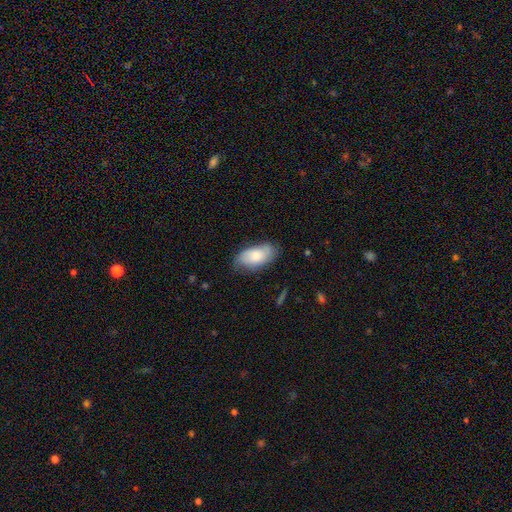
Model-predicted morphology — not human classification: smooth 71%, featured or disk 23%, star or artifact 6%. Down the decision tree: how rounded — in between (93%); merging — none (66%).